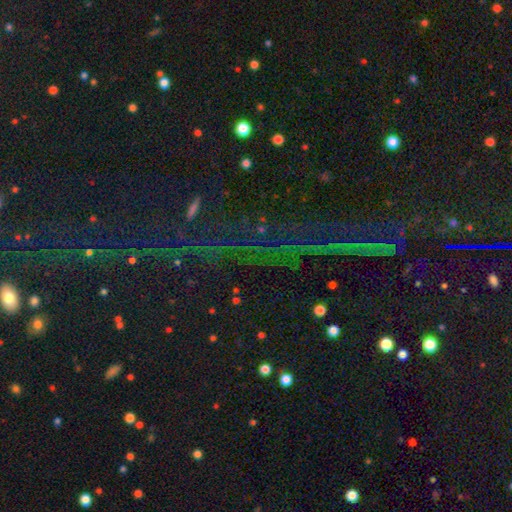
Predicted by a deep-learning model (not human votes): Overall: star or artifact (83%).